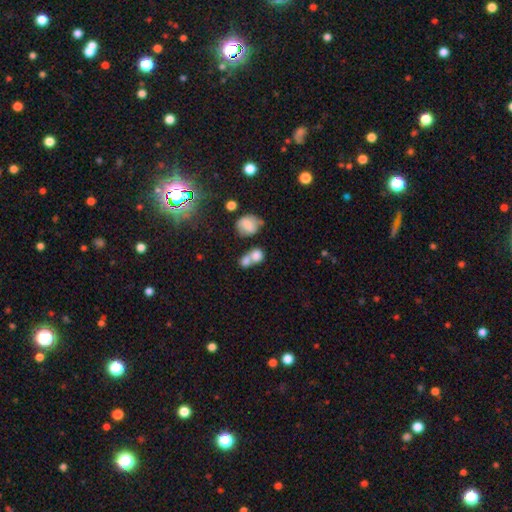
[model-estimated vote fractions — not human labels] Overall: smooth (74%). How rounded: round (64%; in between 34%). Merging: merger (61%; none 27%).